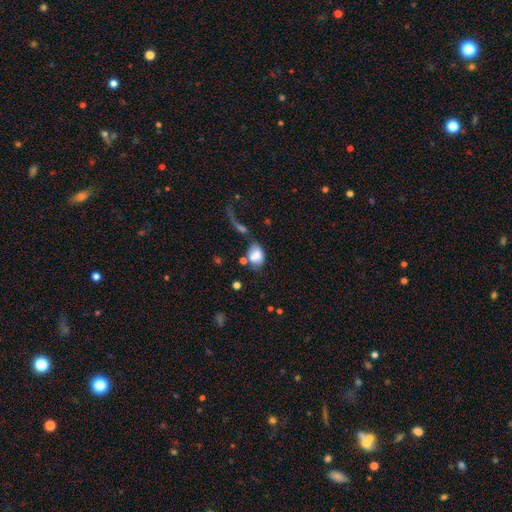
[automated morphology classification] Q: Smooth or featured?
A: smooth (77%); runner-up: featured or disk (14%)
Q: How rounded?
A: in between (69%); runner-up: round (29%)
Q: Merging?
A: none (36%); runner-up: merger (24%)